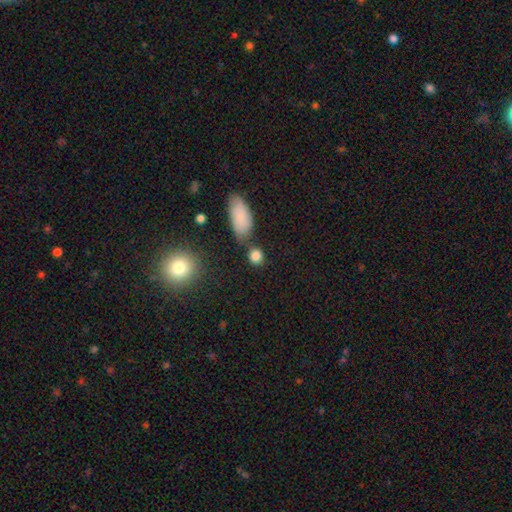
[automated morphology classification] This is clearly a smooth galaxy (83%). How rounded: likely round (72%). Merging: likely none (67%).